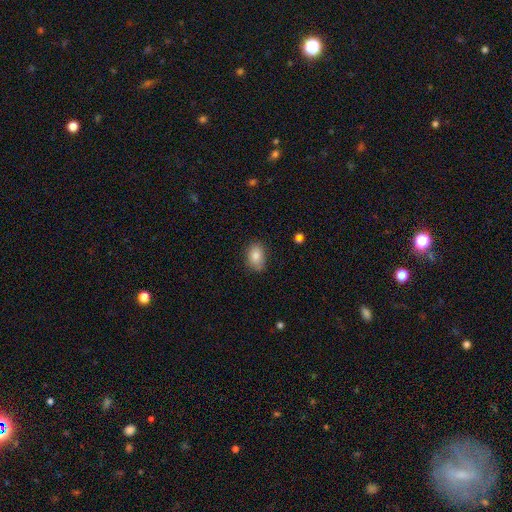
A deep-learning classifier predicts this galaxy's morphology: Smooth or featured?
  - smooth: 84% *
  - star or artifact: 8%
  - featured or disk: 8%
How rounded?
  - in between: 82% *
  - round: 17%
  - cigar-shaped: 1%
Merging?
  - none: 77% *
  - minor disturbance: 18%
  - major disturbance: 3%
  - merger: 1%